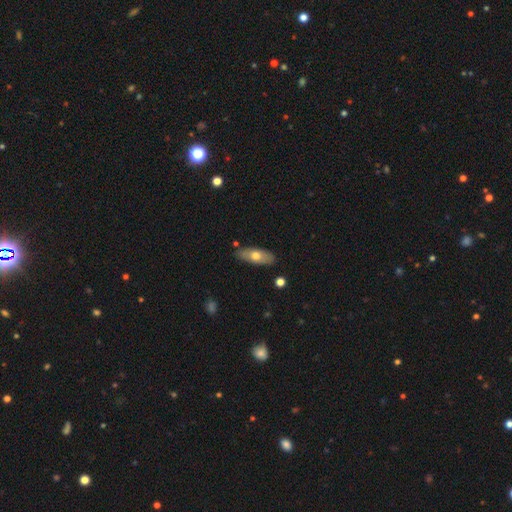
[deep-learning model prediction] smooth-or-featured: smooth: 62% | featured or disk: 32% | star or artifact: 6%
  how-rounded: in between: 70% | cigar-shaped: 27% | round: 3%
  merging: none: 84% | minor disturbance: 11% | merger: 2% | major disturbance: 2%